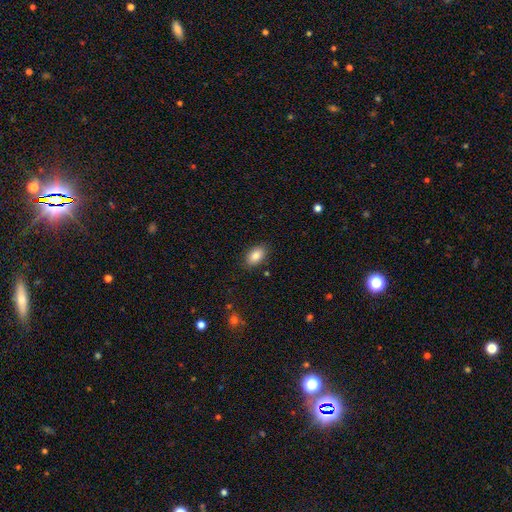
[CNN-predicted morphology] Smooth or featured? smooth (84%)
How rounded? in between (90%)
Merging? none (86%)